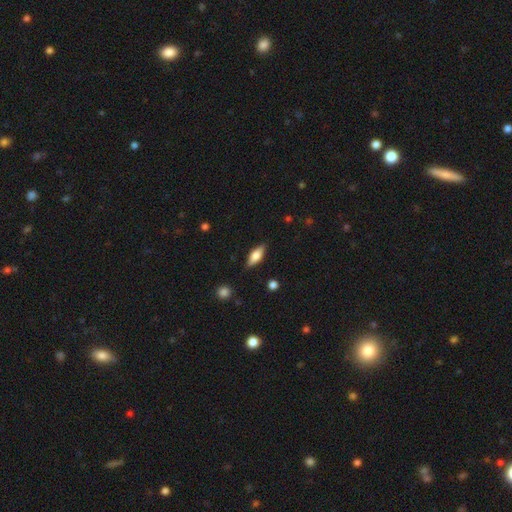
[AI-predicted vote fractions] Smooth or featured? smooth (62%)
How rounded? in between (67%)
Merging? none (86%)